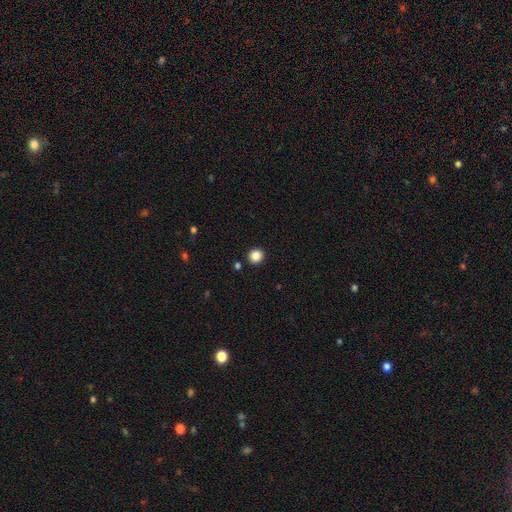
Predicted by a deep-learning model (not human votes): smooth-or-featured: smooth: 86% | star or artifact: 10% | featured or disk: 3%
  how-rounded: round: 92% | in between: 7% | cigar-shaped: 1%
  merging: none: 91% | minor disturbance: 5% | merger: 2% | major disturbance: 2%